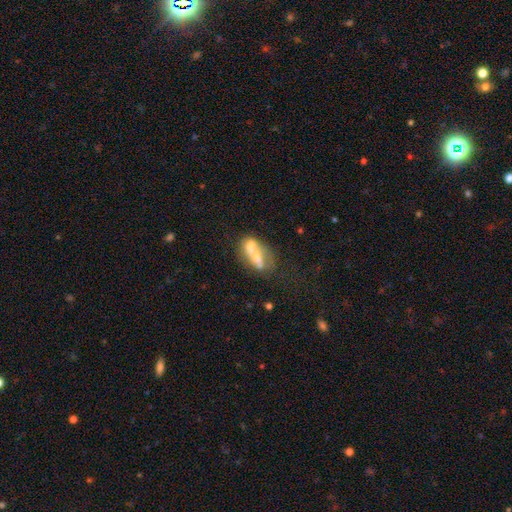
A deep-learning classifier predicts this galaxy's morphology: Smooth or featured? smooth (49%)
Merging? merger (58%)